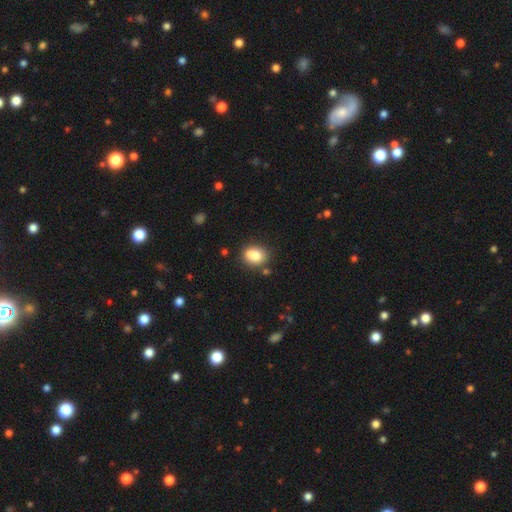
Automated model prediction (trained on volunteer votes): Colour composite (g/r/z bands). It shows a smooth galaxy with no disk features (75%) that is round (56%). Merging: none (45%).